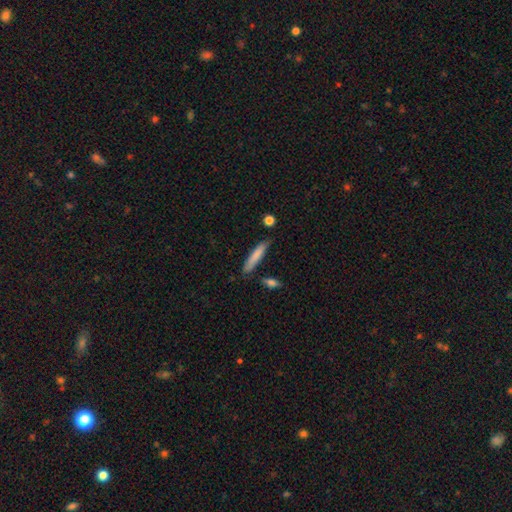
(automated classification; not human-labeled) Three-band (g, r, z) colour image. It shows a smooth galaxy with no disk features (80%) that is cigar-shaped (87%). Merging: none (78%).